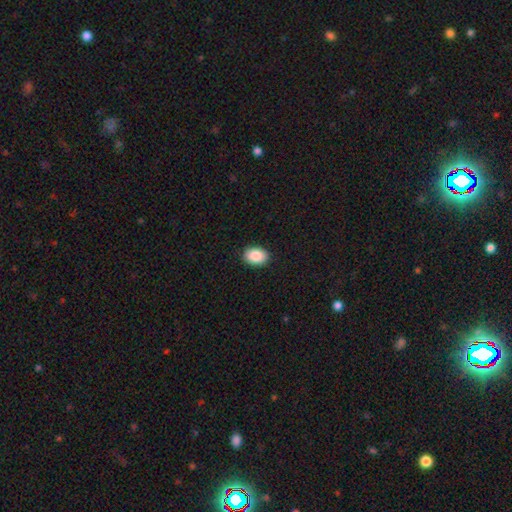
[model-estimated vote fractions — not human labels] A smooth galaxy with no disk features (89%) that is in between round and cigar-shaped (79%). Merging: none (90%).